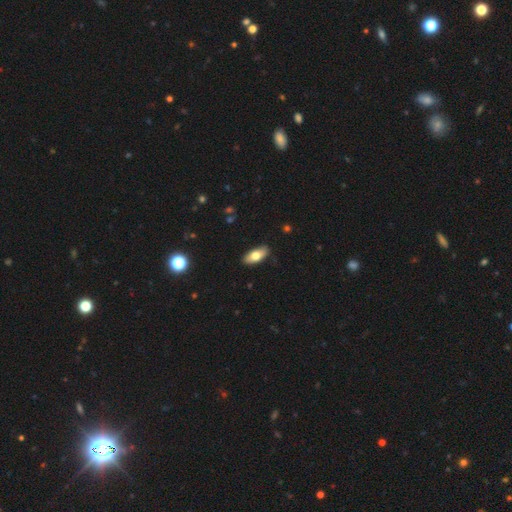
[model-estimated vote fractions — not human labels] Smooth or featured? Predicted: smooth (p=0.74). How rounded? Predicted: in between (p=0.86). Merging? Predicted: none (p=0.87).